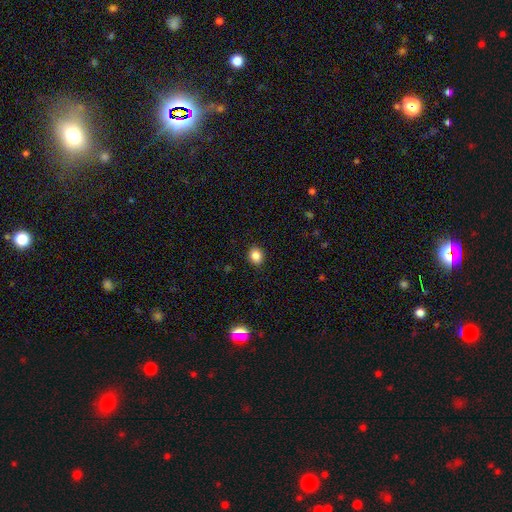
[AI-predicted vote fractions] Morphology: type=smooth (85%); roundness=round (63%); merging=none (91%).